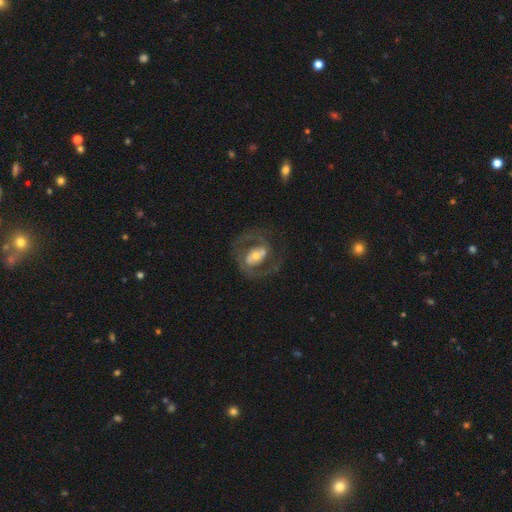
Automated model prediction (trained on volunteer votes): Overall: featured or disk (81%). Edge-on disk: no (97%). Bar: weak (38%; no 32%). Spiral arms: yes (85%). Spiral arm count: 2 (86%). Spiral winding: medium (55%; tight 28%). Bulge size: moderate (51%; small 36%). Merging: none (68%).